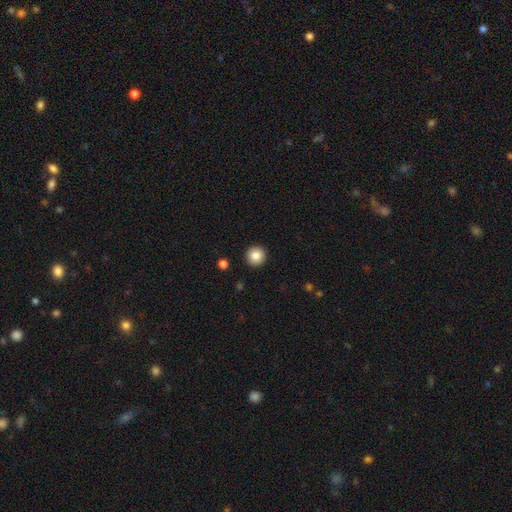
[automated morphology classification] smooth 86%, star or artifact 9%, featured or disk 5%. Down the decision tree: how rounded — round (95%); merging — none (93%).